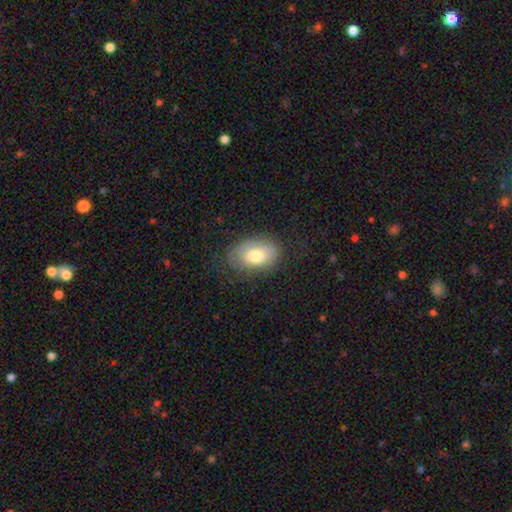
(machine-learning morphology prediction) This is likely a smooth galaxy (71%). How rounded: clearly in between (90%). Merging: likely none (73%).